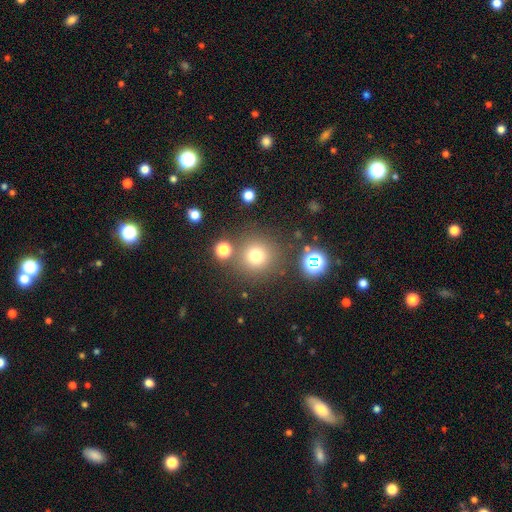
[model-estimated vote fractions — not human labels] Smooth or featured? smooth (72%)
How rounded? round (95%)
Merging? none (82%)